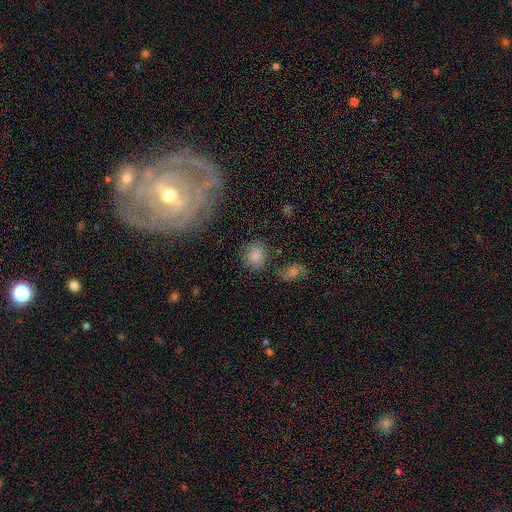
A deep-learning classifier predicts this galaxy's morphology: smooth-or-featured: smooth: 80% | star or artifact: 11% | featured or disk: 10%
  how-rounded: round: 81% | in between: 18% | cigar-shaped: 1%
  merging: none: 77% | minor disturbance: 12% | merger: 7% | major disturbance: 4%